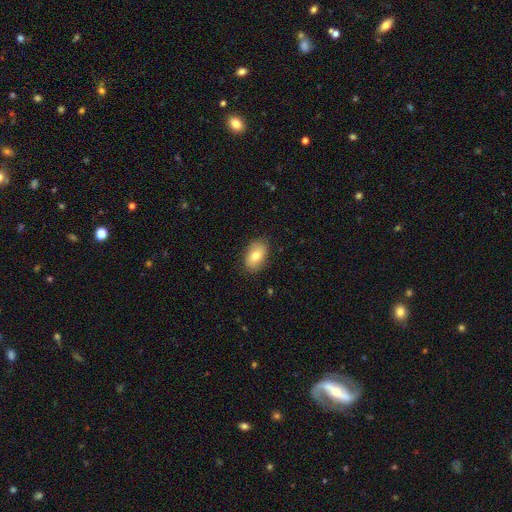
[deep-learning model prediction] smooth_or_featured: smooth (p=0.77) [alt: featured or disk p=0.16]
how_rounded: in between (p=0.89) [alt: round p=0.09]
merging: none (p=0.85) [alt: minor disturbance p=0.12]